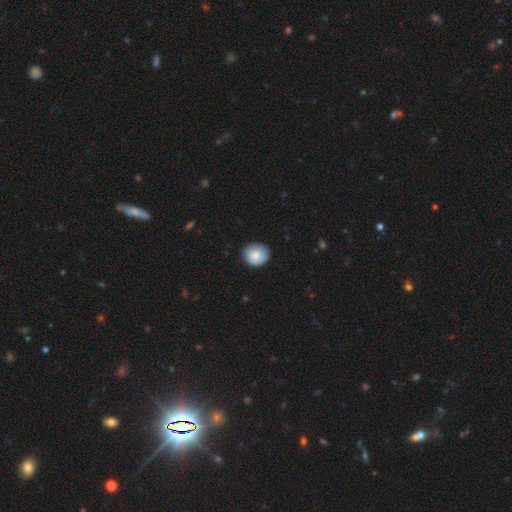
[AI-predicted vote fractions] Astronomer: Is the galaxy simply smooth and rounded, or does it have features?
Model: smooth — 85%.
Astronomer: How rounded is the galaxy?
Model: round — 82%.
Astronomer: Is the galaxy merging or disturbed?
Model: none — 87%.